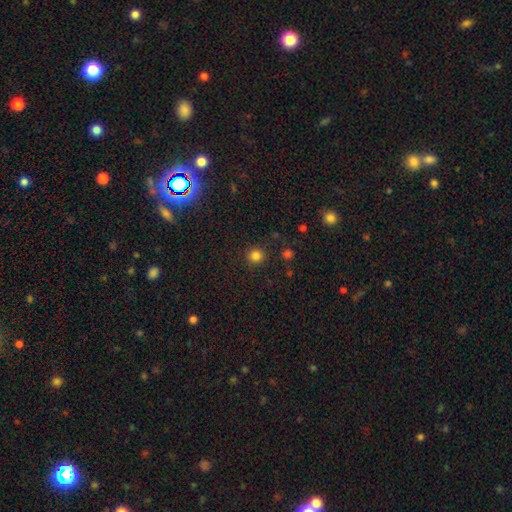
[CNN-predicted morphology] This appears to be a smooth galaxy with no disk features (82%) that is round (93%). Merging: none (89%).